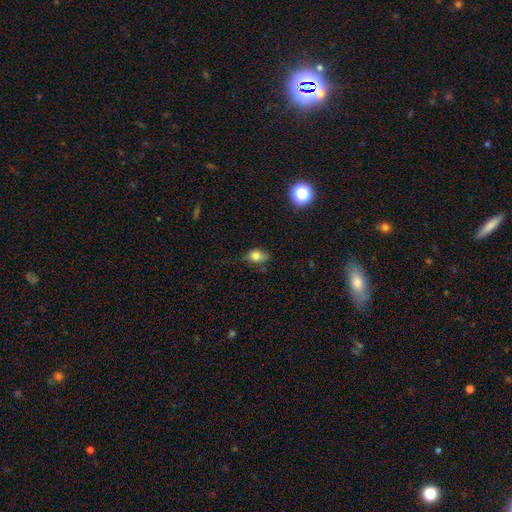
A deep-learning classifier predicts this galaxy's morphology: type=smooth (75%); roundness=in between (74%); merging=none (61%).